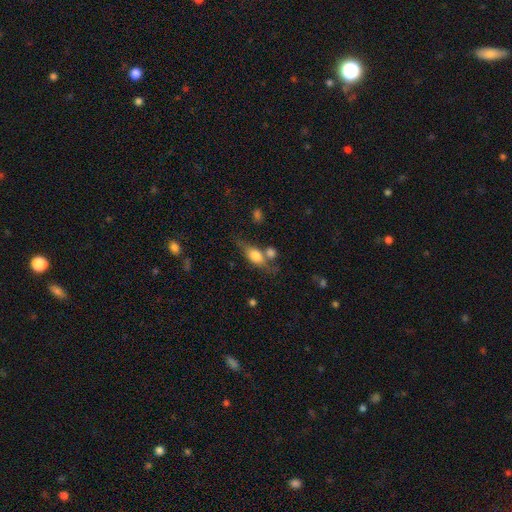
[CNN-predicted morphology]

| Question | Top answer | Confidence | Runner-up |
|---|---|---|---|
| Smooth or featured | smooth | 63% | featured or disk (29%) |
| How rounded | in between | 72% | cigar-shaped (15%) |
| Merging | none | 48% | merger (23%) |